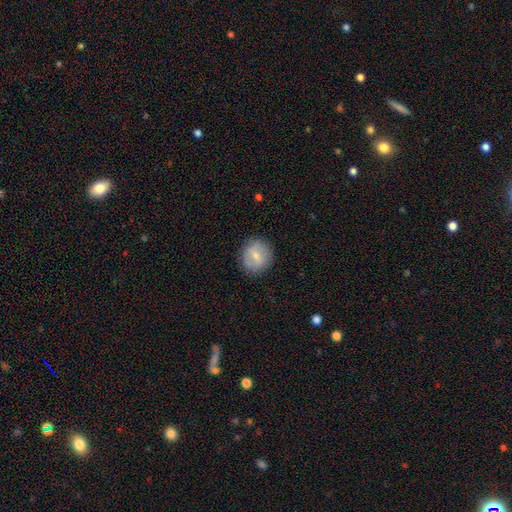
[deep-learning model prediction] A smooth galaxy with no disk features (64%) that is round (86%).

Vote fractions:
- Smooth or featured? smooth: 64% / featured or disk: 29% / star or artifact: 7%
- How rounded? round: 86% / in between: 13% / cigar-shaped: 1%
- Merging? none: 86% / minor disturbance: 10% / major disturbance: 3% / merger: 1%